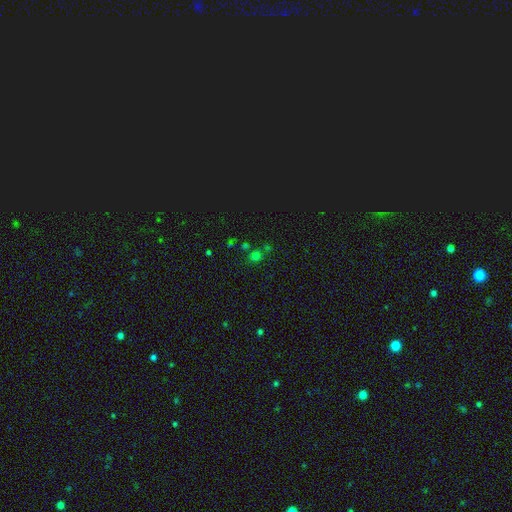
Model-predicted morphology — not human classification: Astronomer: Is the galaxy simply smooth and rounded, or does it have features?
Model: smooth — 57% (runner-up: star or artifact, 37%).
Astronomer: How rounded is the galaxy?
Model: round — 81%.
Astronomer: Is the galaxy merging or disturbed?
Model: none — 70%.